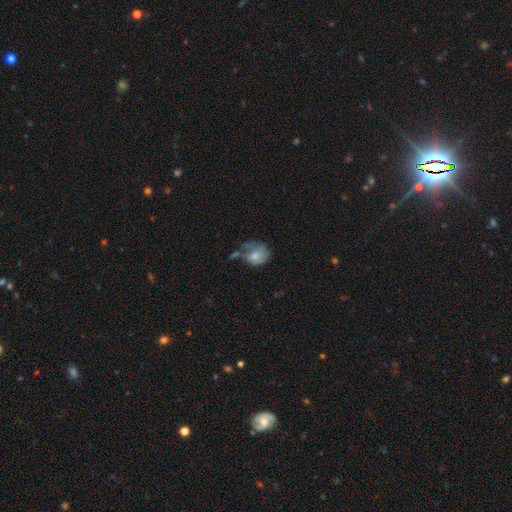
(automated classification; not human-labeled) Smooth or featured? Predicted: smooth (p=0.59). How rounded? Predicted: round (p=0.51). Merging? Predicted: major disturbance (p=0.32).